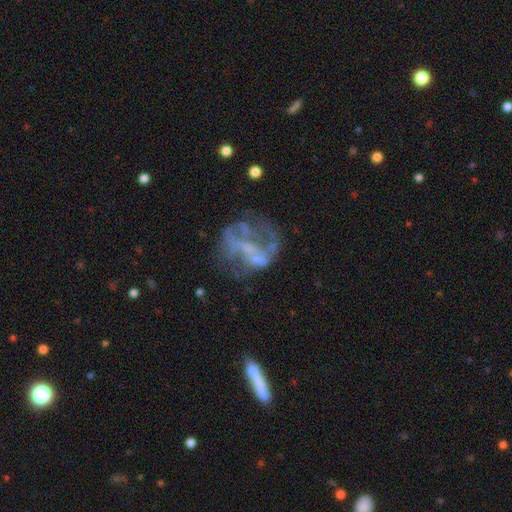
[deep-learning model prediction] Smooth or featured? featured or disk (71%)
Edge-on disk? no (98%)
Bar? no (62%)
Spiral arms? no (70%)
Bulge size? none (62%)
Merging? none (42%)